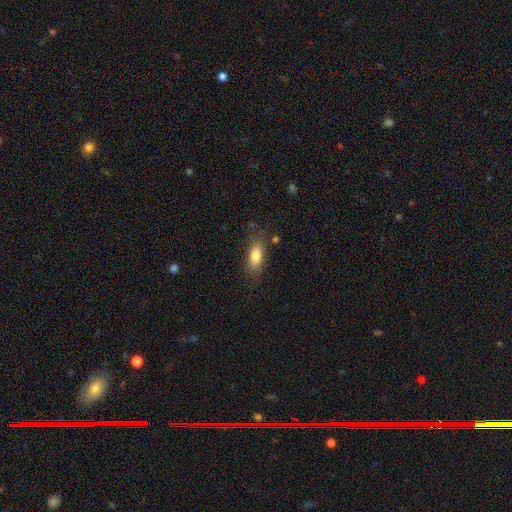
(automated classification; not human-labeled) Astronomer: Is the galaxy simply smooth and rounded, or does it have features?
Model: smooth — 80%.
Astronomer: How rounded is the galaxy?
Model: in between — 78%.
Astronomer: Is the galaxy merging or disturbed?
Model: none — 78%.